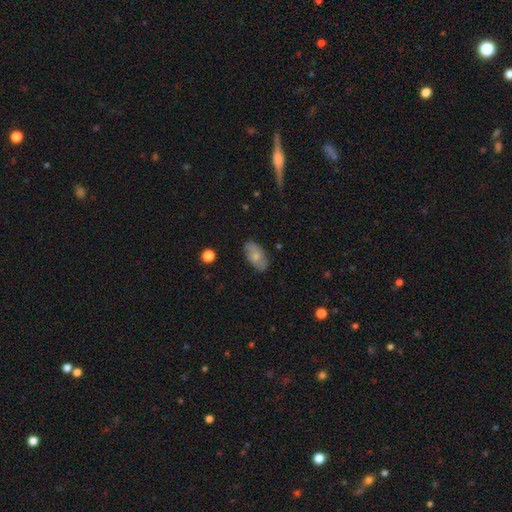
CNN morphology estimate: Smooth or featured? Predicted: smooth (p=0.66). How rounded? Predicted: in between (p=0.93). Merging? Predicted: none (p=0.82).